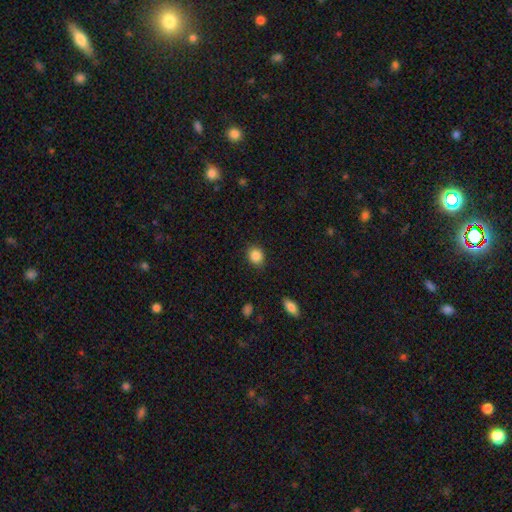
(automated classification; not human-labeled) This is clearly a smooth galaxy (86%). How rounded: likely round (72%). Merging: clearly none (89%).